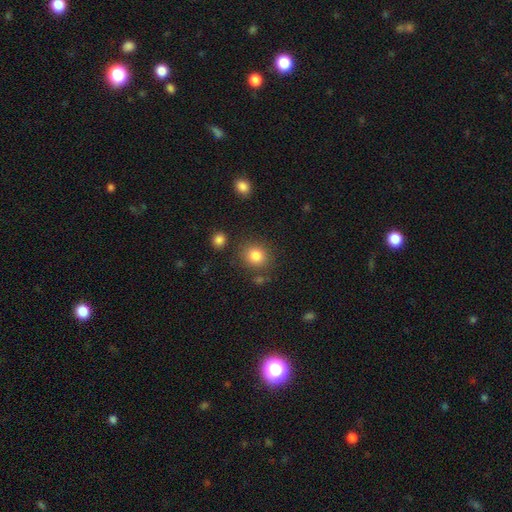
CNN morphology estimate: A smooth galaxy with no disk features (84%) that is round (82%).

Vote fractions:
- Smooth or featured? smooth: 84% / star or artifact: 10% / featured or disk: 6%
- How rounded? round: 82% / in between: 17% / cigar-shaped: 1%
- Merging? none: 80% / minor disturbance: 10% / merger: 6% / major disturbance: 4%